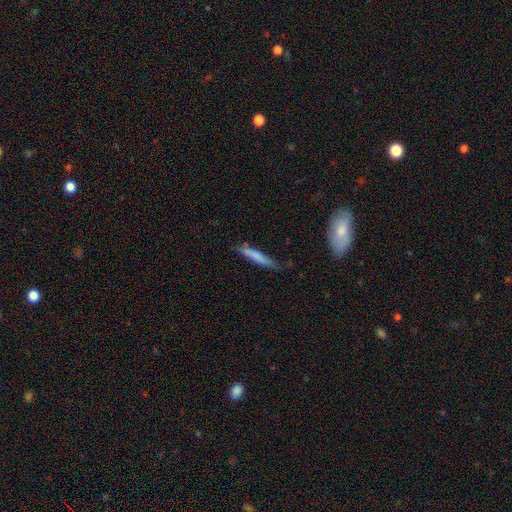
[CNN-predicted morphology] Q: Smooth or featured?
A: smooth (72%); runner-up: featured or disk (22%)
Q: How rounded?
A: cigar-shaped (91%); runner-up: in between (8%)
Q: Merging?
A: none (66%); runner-up: minor disturbance (25%)